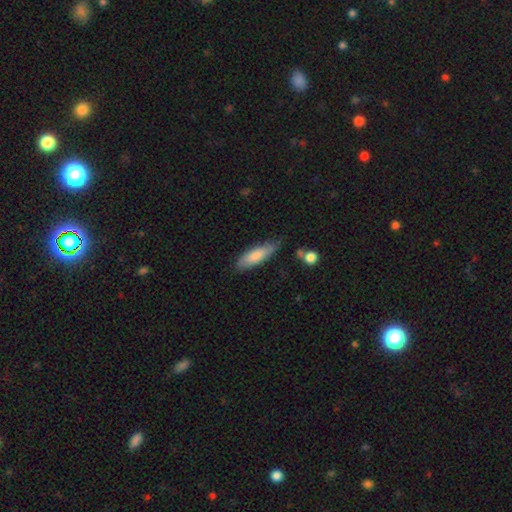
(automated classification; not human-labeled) The model was most divided on "how rounded": cigar-shaped: 57%, in between: 41%, round: 2%. More confident: smooth or featured — smooth (78%); merging — none (72%).